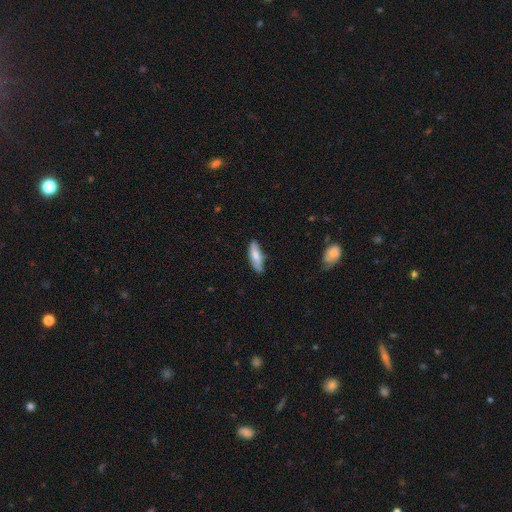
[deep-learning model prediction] A smooth galaxy with no disk features (72%) that is in between round and cigar-shaped (55%). Merging: none (79%).